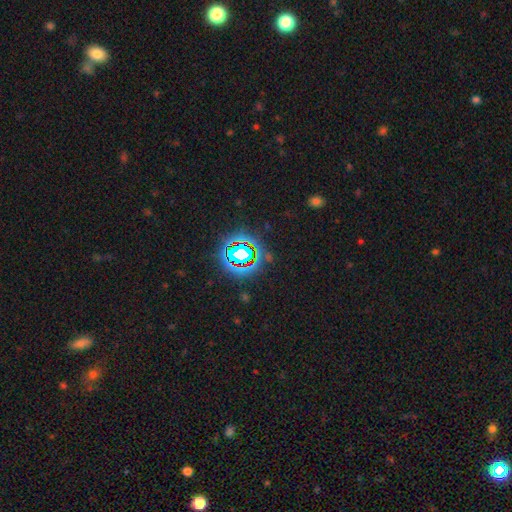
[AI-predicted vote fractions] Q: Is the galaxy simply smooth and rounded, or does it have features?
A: star or artifact — 80%.